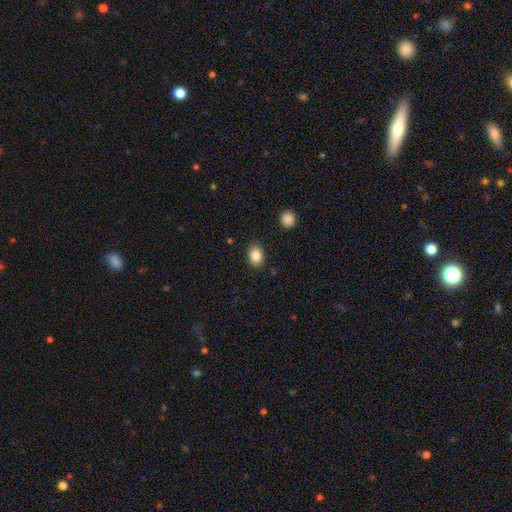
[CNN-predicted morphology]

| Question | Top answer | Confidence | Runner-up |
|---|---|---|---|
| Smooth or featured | smooth | 86% | star or artifact (9%) |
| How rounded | in between | 71% | round (28%) |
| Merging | none | 86% | minor disturbance (10%) |